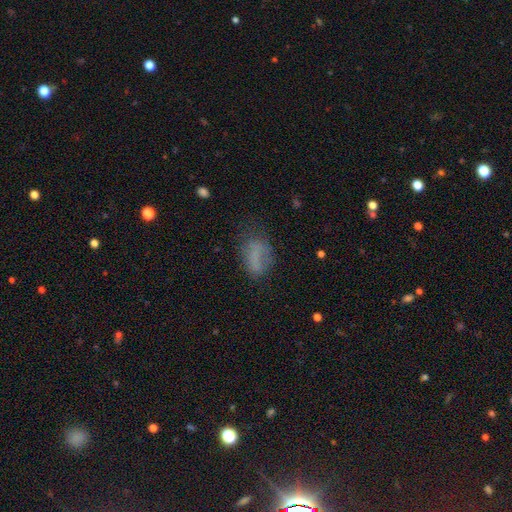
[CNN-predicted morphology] Smooth or featured: smooth — 65% (featured or disk — 21%)
How rounded: in between — 84% (round — 11%)
Merging: none — 50% (minor disturbance — 27%)